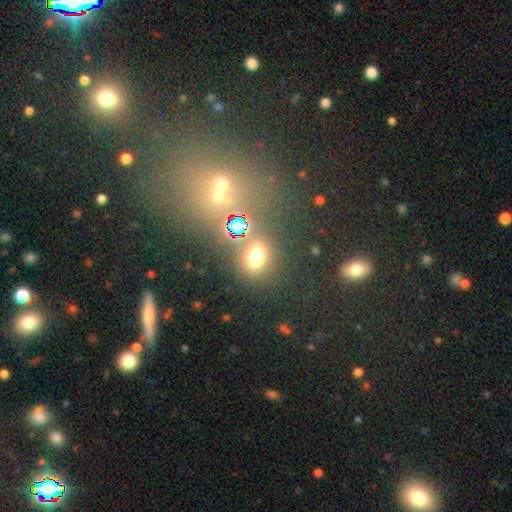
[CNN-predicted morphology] Smooth or featured: smooth — 64% (star or artifact — 26%)
How rounded: in between — 58% (round — 38%)
Merging: none — 75% (minor disturbance — 11%)